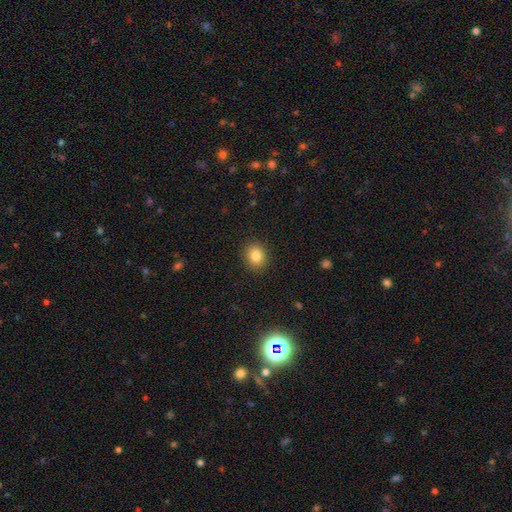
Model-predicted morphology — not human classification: This is clearly a smooth galaxy (84%). How rounded: likely round (61%). Merging: clearly none (89%).